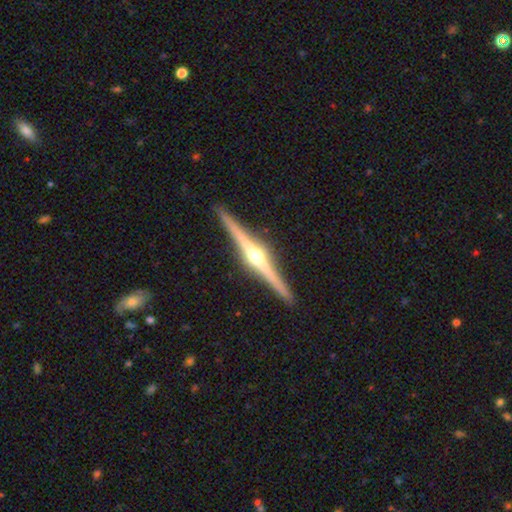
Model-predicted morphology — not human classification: This appears to be a featured or disk galaxy (89%) viewed edge-on (99%) with a rounded central bulge (96%). Merging: none (93%).